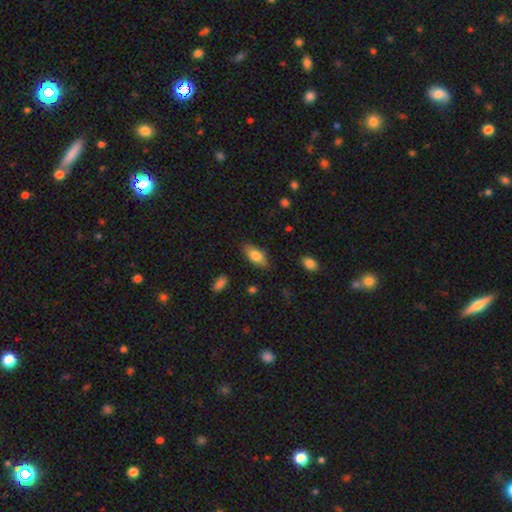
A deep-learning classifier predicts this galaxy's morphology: smooth 77%, featured or disk 17%, star or artifact 7%. Down the decision tree: how rounded — in between (85%); merging — none (83%).